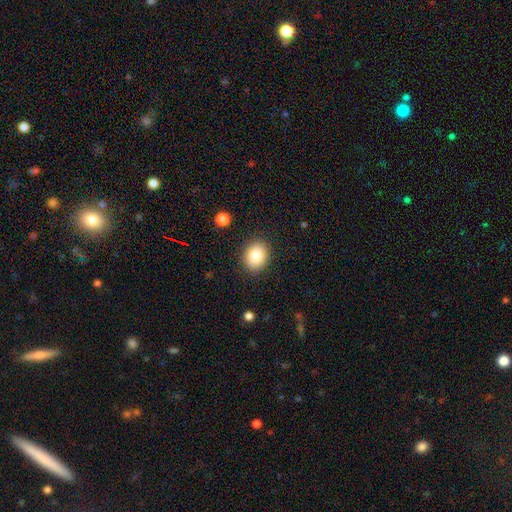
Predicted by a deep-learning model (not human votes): Smooth or featured?
  - smooth: 85% *
  - star or artifact: 8%
  - featured or disk: 6%
How rounded?
  - round: 50% *
  - in between: 49%
  - cigar-shaped: 1%
Merging?
  - none: 88% *
  - minor disturbance: 8%
  - major disturbance: 2%
  - merger: 1%